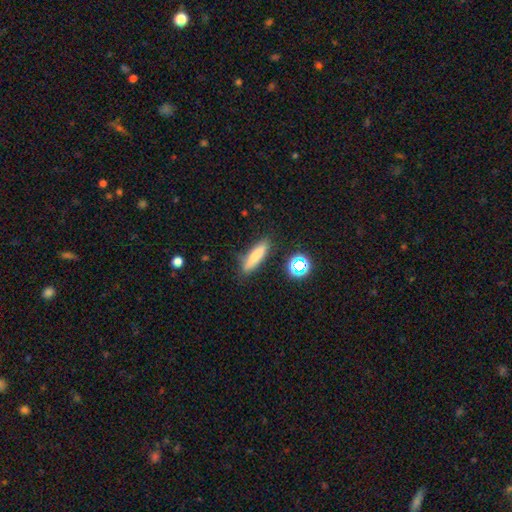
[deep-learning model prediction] Smooth or featured? Predicted: smooth (p=0.76). How rounded? Predicted: cigar-shaped (p=0.73). Merging? Predicted: none (p=0.81).